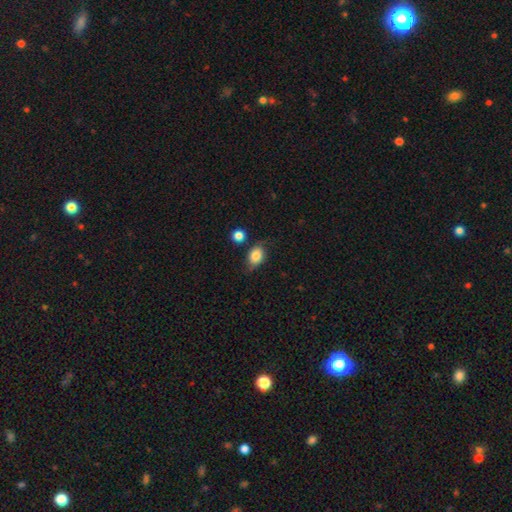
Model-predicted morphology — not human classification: The model was most divided on "how rounded": in between: 64%, round: 35%, cigar-shaped: 2%. More confident: smooth or featured — smooth (79%); merging — none (62%).